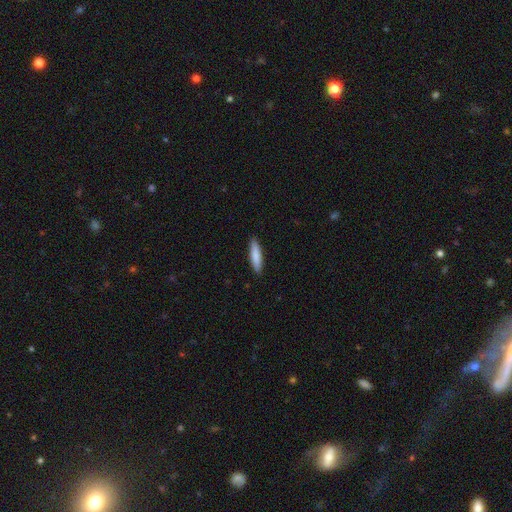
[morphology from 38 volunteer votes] This appears to be a smooth galaxy with no disk features (79%) that is cigar-shaped (97%). Merging: none (86%).